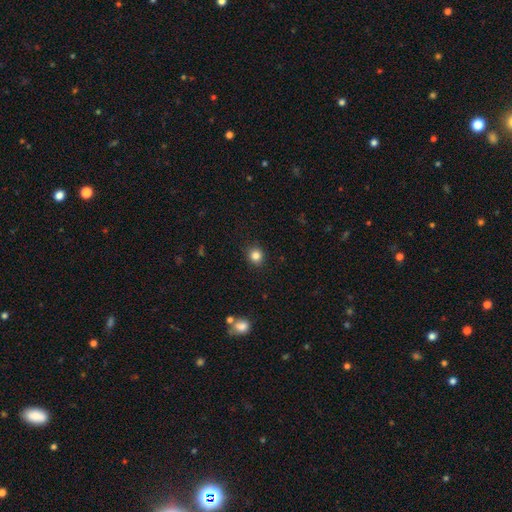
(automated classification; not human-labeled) smooth_or_featured: smooth (p=0.83) [alt: star or artifact p=0.12]
how_rounded: round (p=0.86) [alt: in between p=0.13]
merging: none (p=0.90) [alt: minor disturbance p=0.07]